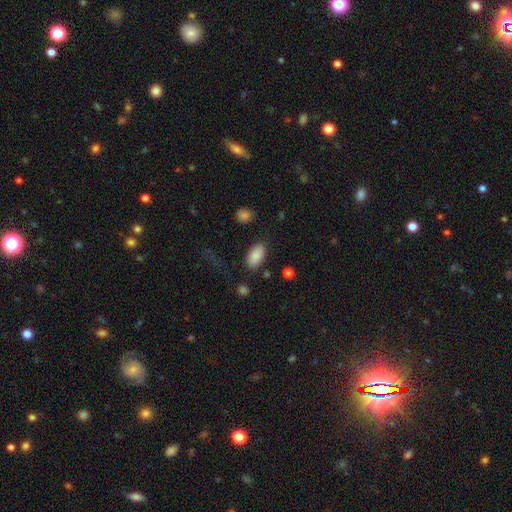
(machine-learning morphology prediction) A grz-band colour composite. It shows a smooth galaxy with no disk features (88%) that is in between round and cigar-shaped (94%). Merging: none (83%).